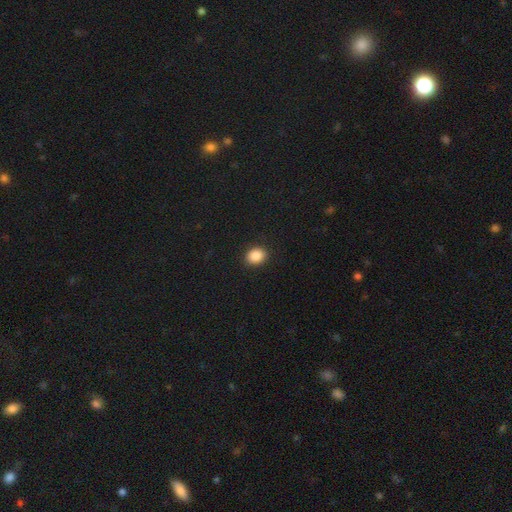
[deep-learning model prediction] Q: Smooth or featured?
A: smooth (88%); runner-up: star or artifact (9%)
Q: How rounded?
A: round (58%); runner-up: in between (41%)
Q: Merging?
A: none (90%); runner-up: minor disturbance (7%)